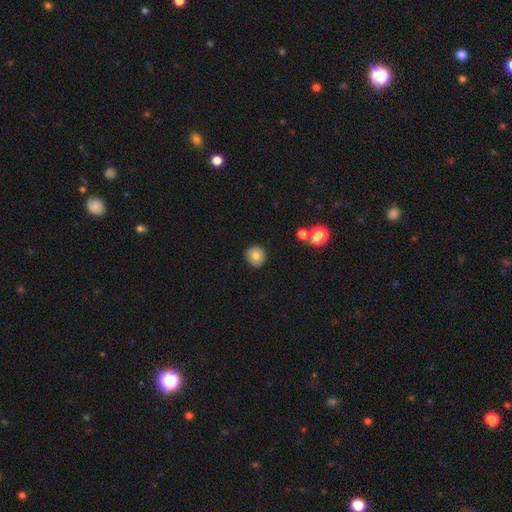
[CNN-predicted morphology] A smooth galaxy with no disk features (79%) that is round (92%). Merging: none (90%).